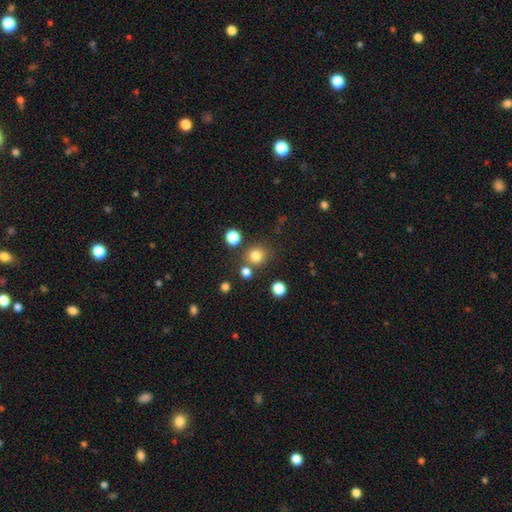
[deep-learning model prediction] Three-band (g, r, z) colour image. It shows a smooth galaxy with no disk features (80%) that is round (87%). Merging: none (77%).